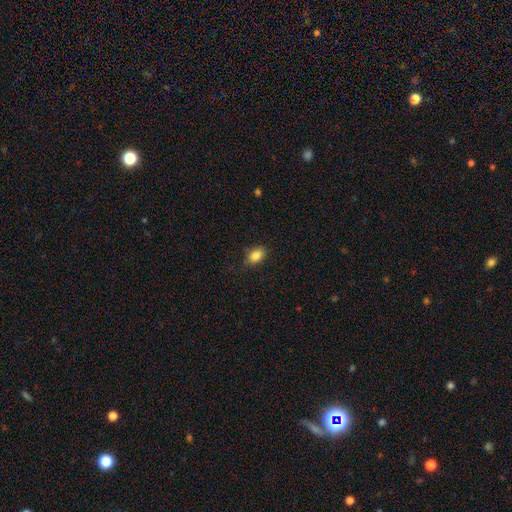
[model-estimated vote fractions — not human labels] smooth 85%, star or artifact 9%, featured or disk 6%. Down the decision tree: how rounded — in between (82%); merging — none (79%).